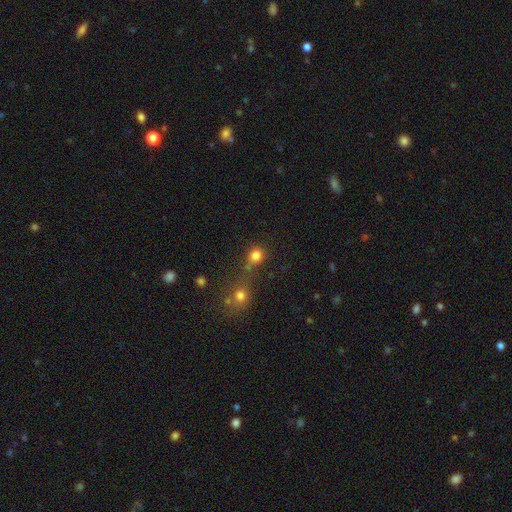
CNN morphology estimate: A smooth galaxy with no disk features (80%) that is round (80%).

Vote fractions:
- Smooth or featured? smooth: 80% / star or artifact: 14% / featured or disk: 6%
- How rounded? round: 80% / in between: 19% / cigar-shaped: 1%
- Merging? none: 55% / merger: 27% / minor disturbance: 12% / major disturbance: 6%